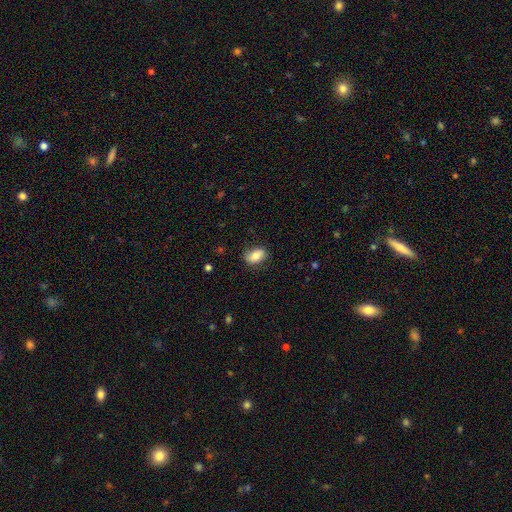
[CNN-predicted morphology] Smooth or featured: smooth — 80% (featured or disk — 13%)
How rounded: in between — 86% (round — 12%)
Merging: none — 79% (minor disturbance — 16%)